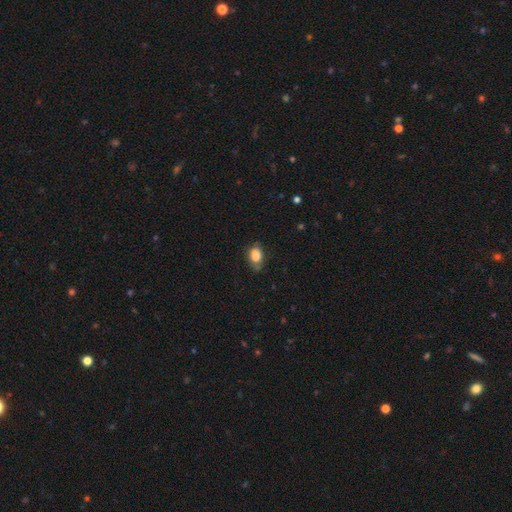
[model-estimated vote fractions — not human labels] smooth-or-featured: smooth: 82% | featured or disk: 9% | star or artifact: 9%
  how-rounded: in between: 78% | round: 20% | cigar-shaped: 2%
  merging: none: 57% | minor disturbance: 32% | major disturbance: 8% | merger: 2%